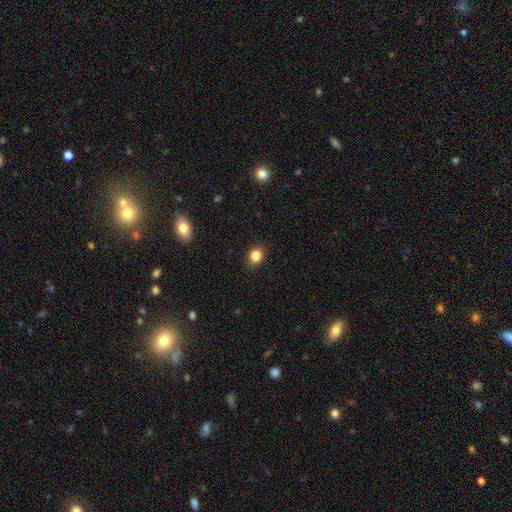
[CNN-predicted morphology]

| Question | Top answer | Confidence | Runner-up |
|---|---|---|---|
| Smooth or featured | smooth | 85% | star or artifact (11%) |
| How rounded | round | 50% | in between (48%) |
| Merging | none | 89% | minor disturbance (8%) |